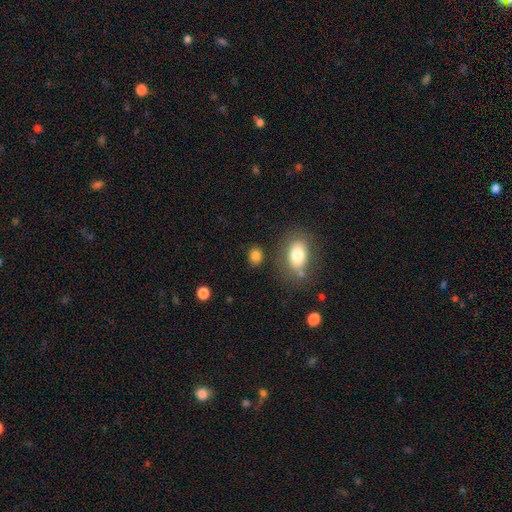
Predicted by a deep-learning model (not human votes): smooth_or_featured: smooth (p=0.83) [alt: star or artifact p=0.11]
how_rounded: in between (p=0.49) [tied with: round p=0.49]
merging: none (p=0.79) [alt: minor disturbance p=0.11]